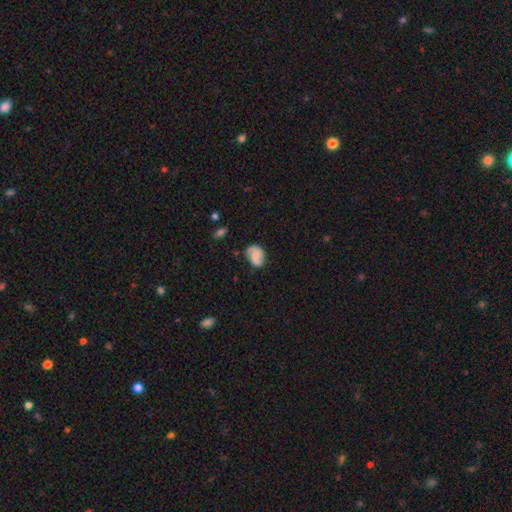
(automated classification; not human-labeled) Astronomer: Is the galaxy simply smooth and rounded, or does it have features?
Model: featured or disk — 56% (runner-up: smooth, 36%).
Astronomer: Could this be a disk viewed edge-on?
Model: no — 98%.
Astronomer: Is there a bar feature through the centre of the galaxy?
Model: no — 57% (runner-up: weak, 35%).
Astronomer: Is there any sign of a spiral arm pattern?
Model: yes — 91%.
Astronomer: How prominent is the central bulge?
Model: small — 35%, tied with none at 35%.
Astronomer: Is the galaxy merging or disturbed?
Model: none — 66%.